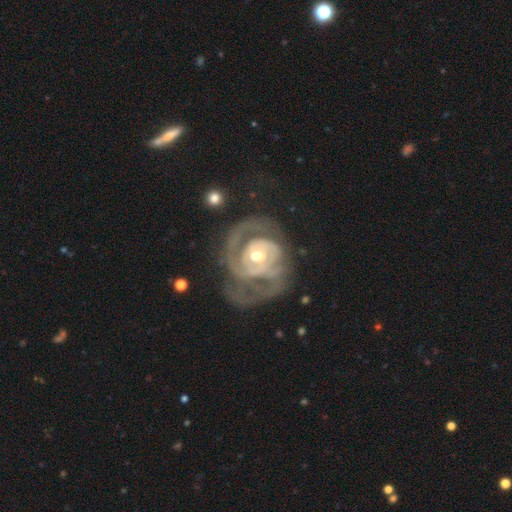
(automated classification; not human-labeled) Smooth or featured: featured or disk — 88% (smooth — 8%)
Edge-on disk: no — 98% (yes — 2%)
Bar: no — 54% (weak — 34%)
Spiral arms: yes — 90% (no — 10%)
Spiral winding: tight — 59% (medium — 32%)
Spiral arm count: 2 — 41% (can't tell — 25%)
Bulge size: moderate — 68% (small — 23%)
Merging: none — 46% (major disturbance — 31%)